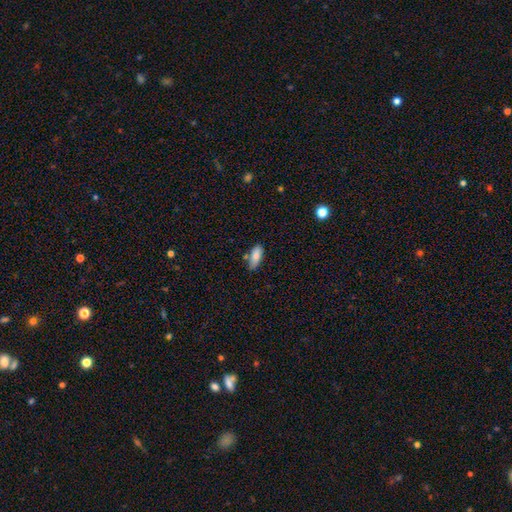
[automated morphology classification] A smooth galaxy with no disk features (84%) that is in between round and cigar-shaped (82%). Merging: none (63%).